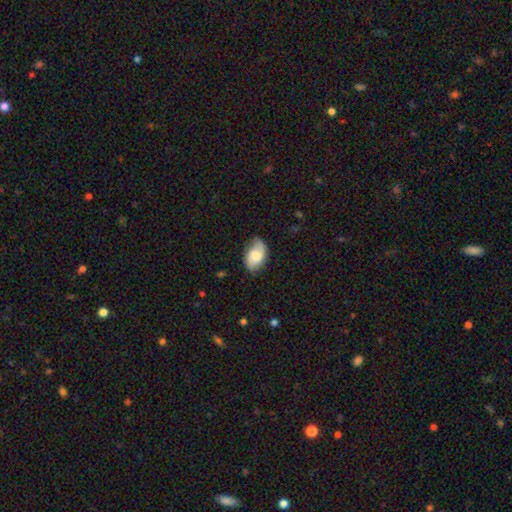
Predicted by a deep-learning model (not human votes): smooth-or-featured: featured or disk: 48% | smooth: 45% | star or artifact: 7%
  merging: none: 69% | minor disturbance: 24% | major disturbance: 6% | merger: 1%